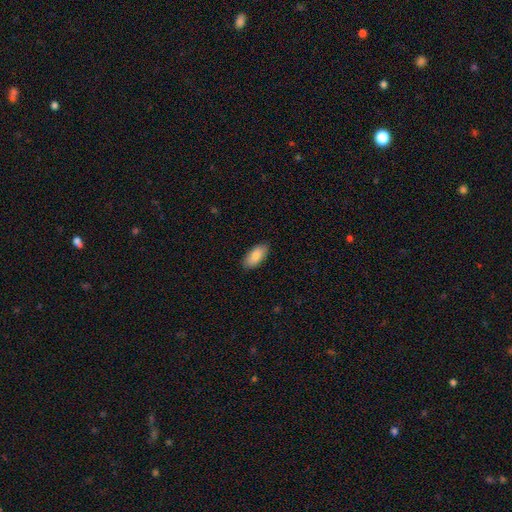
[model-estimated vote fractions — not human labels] smooth 86%, featured or disk 8%, star or artifact 6%. Down the decision tree: how rounded — in between (92%); merging — none (87%).